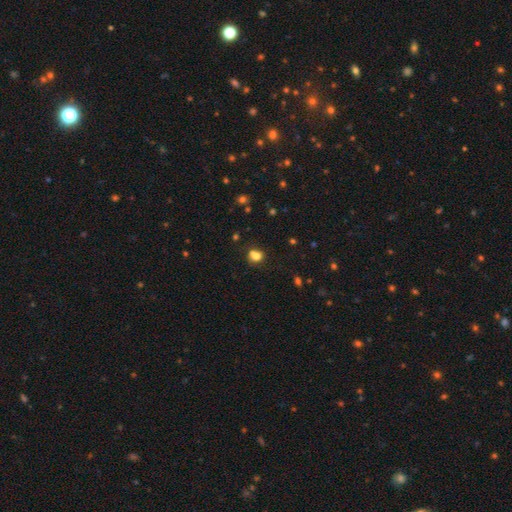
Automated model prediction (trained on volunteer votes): smooth 76%, star or artifact 14%, featured or disk 10%. Down the decision tree: how rounded — round (65%); merging — none (47%).